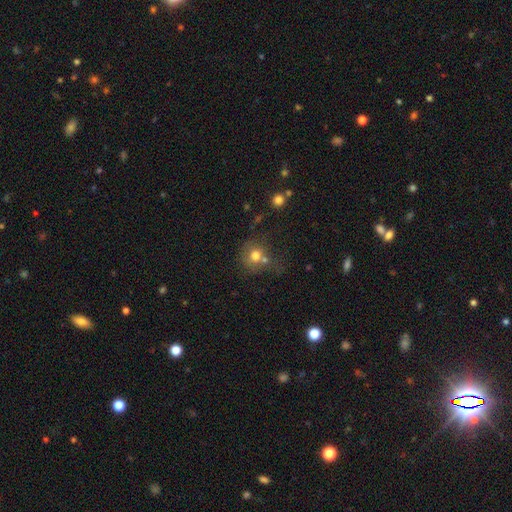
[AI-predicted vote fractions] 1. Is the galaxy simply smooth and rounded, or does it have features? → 73% smooth, 15% featured or disk, 12% star or artifact.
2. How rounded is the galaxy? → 81% round, 18% in between, 1% cigar-shaped.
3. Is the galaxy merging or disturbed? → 43% none, 34% merger, 14% minor disturbance, 9% major disturbance.